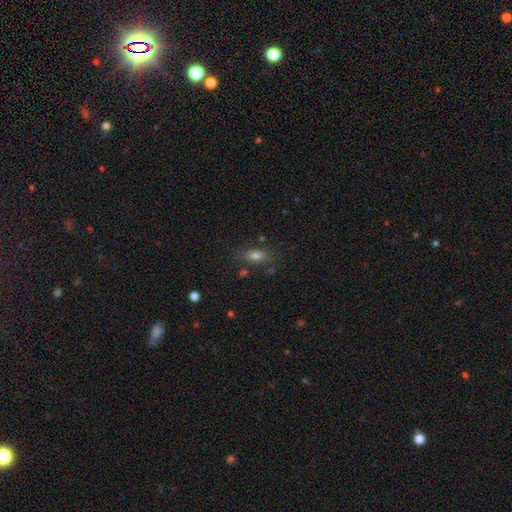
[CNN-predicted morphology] A smooth galaxy with no disk features (72%) that is in between round and cigar-shaped (72%).

Vote fractions:
- Smooth or featured? smooth: 72% / featured or disk: 15% / star or artifact: 13%
- How rounded? in between: 72% / cigar-shaped: 16% / round: 12%
- Merging? none: 77% / minor disturbance: 14% / merger: 5% / major disturbance: 5%